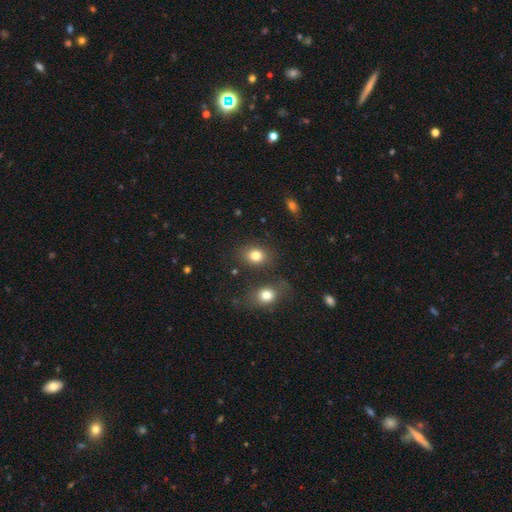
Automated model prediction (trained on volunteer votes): Overall: smooth (80%). How rounded: in between (50%; round 49%). Merging: none (76%).